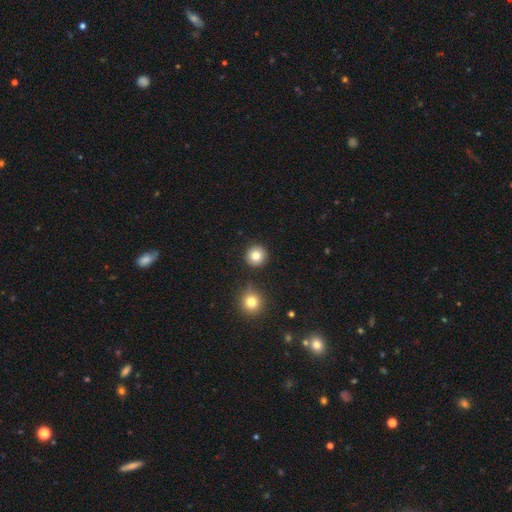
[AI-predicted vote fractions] Morphology: type=smooth (82%); roundness=round (94%); merging=none (89%).